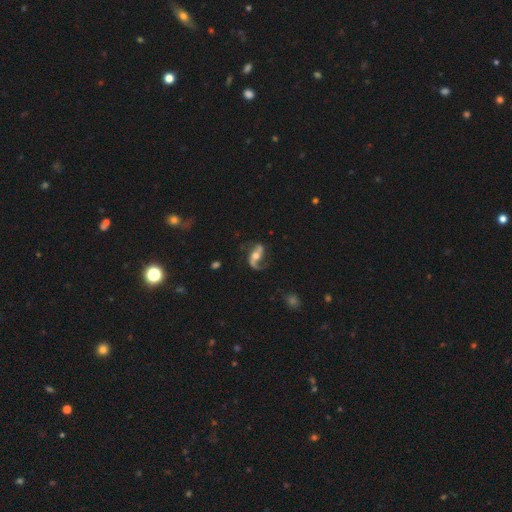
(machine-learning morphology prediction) Q: Smooth or featured?
A: featured or disk (85%); runner-up: smooth (9%)
Q: Edge-on disk?
A: no (95%); runner-up: yes (5%)
Q: Bar?
A: no (45%); runner-up: weak (30%)
Q: Spiral arms?
A: yes (95%); runner-up: no (5%)
Q: Spiral winding?
A: loose (68%); runner-up: medium (25%)
Q: Spiral arm count?
A: 2 (86%); runner-up: 1 (9%)
Q: Bulge size?
A: moderate (67%); runner-up: small (21%)
Q: Merging?
A: none (65%); runner-up: minor disturbance (18%)